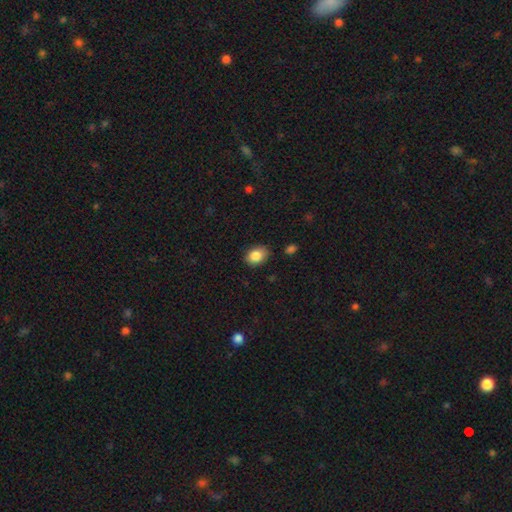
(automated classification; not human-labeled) Smooth or featured? Predicted: smooth (p=0.86). How rounded? Predicted: in between (p=0.73). Merging? Predicted: none (p=0.79).